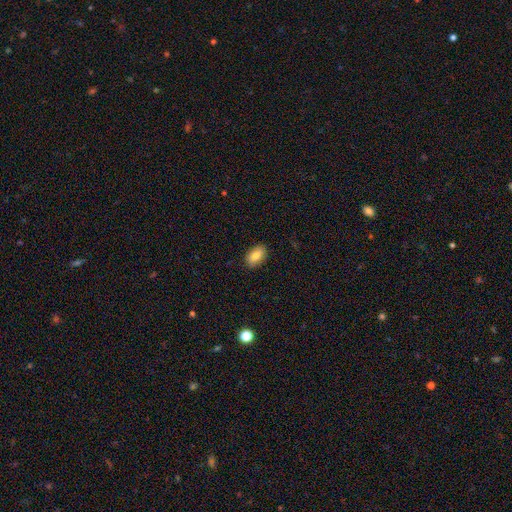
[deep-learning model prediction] Smooth or featured? smooth (80%)
How rounded? in between (89%)
Merging? none (87%)